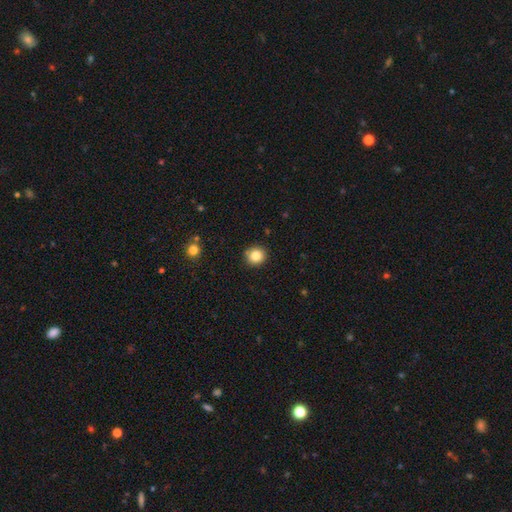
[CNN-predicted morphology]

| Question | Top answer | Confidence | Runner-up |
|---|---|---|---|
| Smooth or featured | smooth | 84% | star or artifact (11%) |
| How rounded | round | 93% | in between (6%) |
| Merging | none | 90% | minor disturbance (6%) |